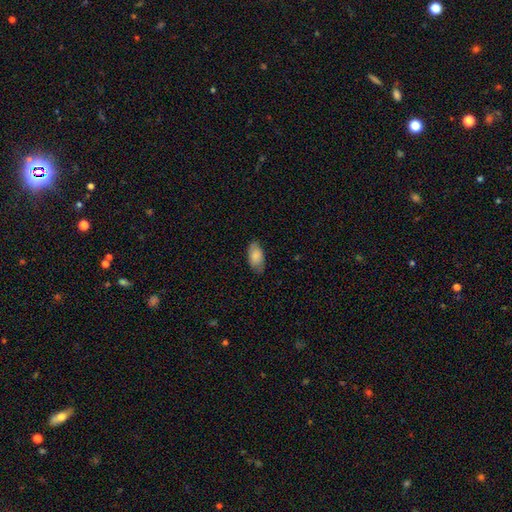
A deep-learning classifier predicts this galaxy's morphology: Overall: smooth (85%). How rounded: in between (94%). Merging: none (79%).